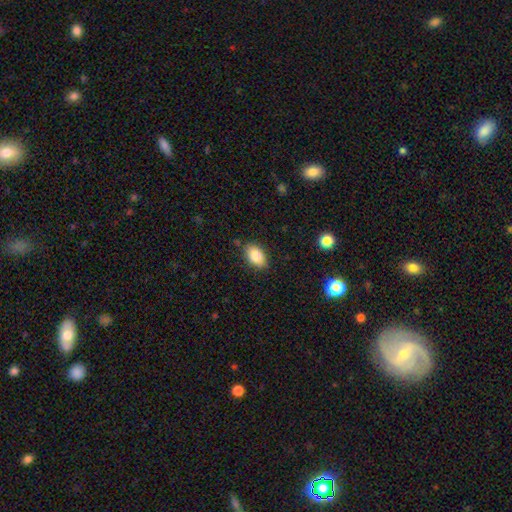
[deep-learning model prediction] Q: Smooth or featured?
A: smooth (83%); runner-up: featured or disk (9%)
Q: How rounded?
A: in between (90%); runner-up: round (8%)
Q: Merging?
A: none (84%); runner-up: minor disturbance (12%)